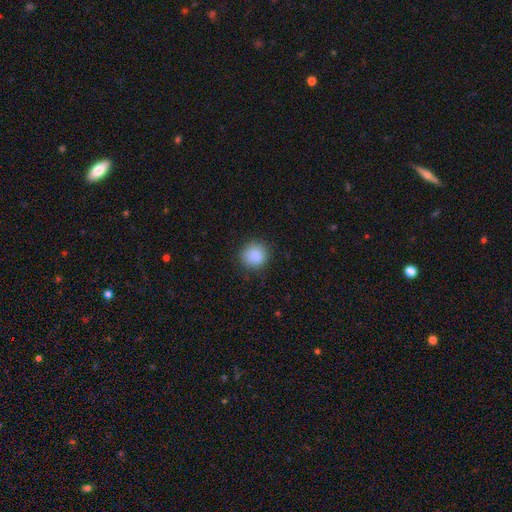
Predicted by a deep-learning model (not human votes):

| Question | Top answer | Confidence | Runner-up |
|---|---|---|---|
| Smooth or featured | smooth | 88% | star or artifact (9%) |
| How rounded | round | 89% | in between (10%) |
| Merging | none | 88% | minor disturbance (9%) |